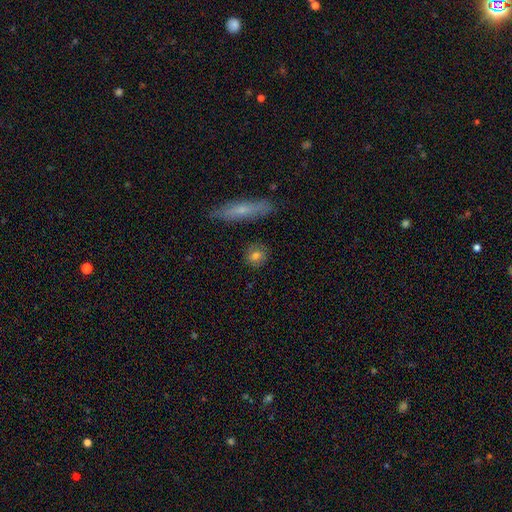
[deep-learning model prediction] Smooth or featured? smooth (77%)
How rounded? round (81%)
Merging? none (86%)